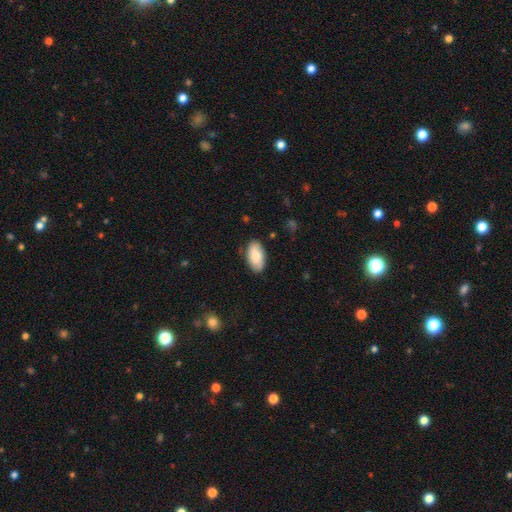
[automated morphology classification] The model was most divided on "smooth or featured": smooth: 79%, featured or disk: 14%, star or artifact: 6%. More confident: how rounded — in between (94%); merging — none (82%).